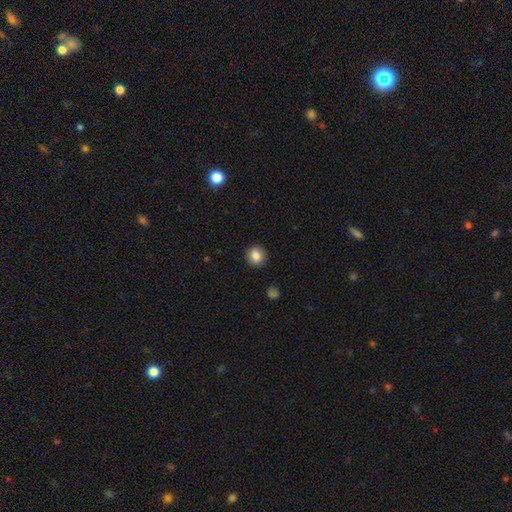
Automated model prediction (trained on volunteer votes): This is clearly a smooth galaxy (85%). How rounded: clearly round (91%). Merging: clearly none (91%).